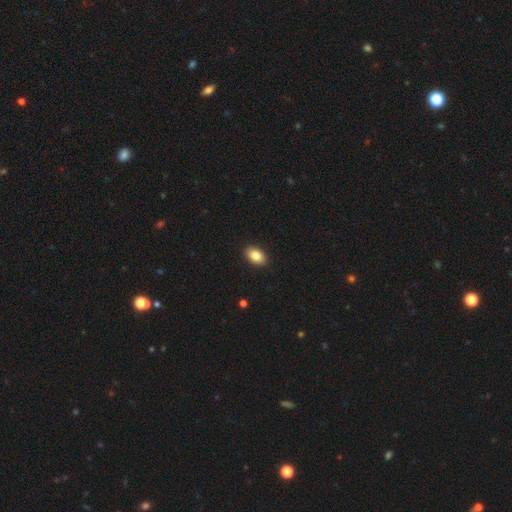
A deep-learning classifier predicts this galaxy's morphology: This appears to be a smooth galaxy with no disk features (86%) that is in between round and cigar-shaped (88%). Merging: none (91%).